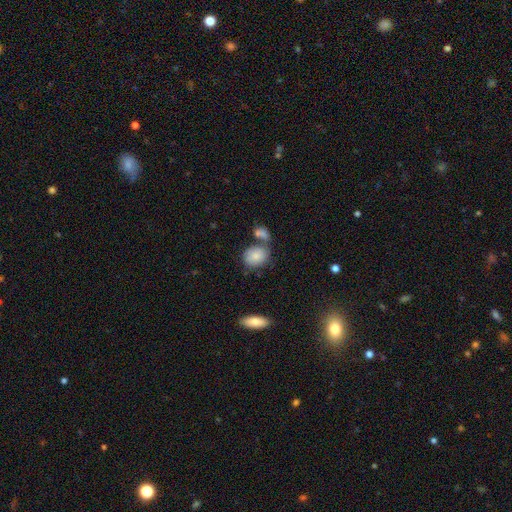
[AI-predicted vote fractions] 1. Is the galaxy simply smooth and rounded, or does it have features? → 81% smooth, 11% featured or disk, 7% star or artifact.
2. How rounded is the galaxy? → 55% in between, 43% round, 1% cigar-shaped.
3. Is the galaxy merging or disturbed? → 48% none, 32% merger, 15% minor disturbance, 6% major disturbance.